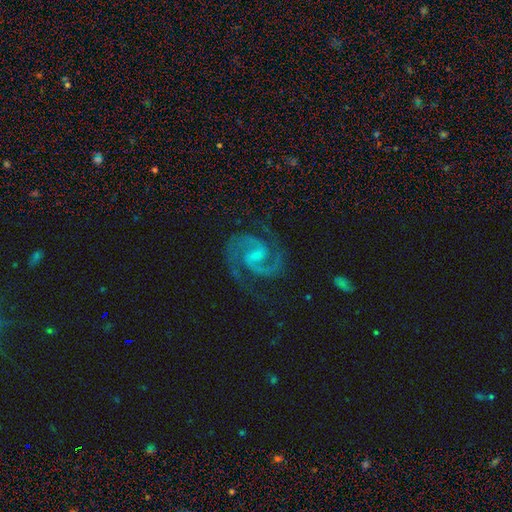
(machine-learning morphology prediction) Q: Smooth or featured?
A: featured or disk (94%); runner-up: star or artifact (4%)
Q: Edge-on disk?
A: no (98%); runner-up: yes (2%)
Q: Bar?
A: weak (56%); runner-up: no (24%)
Q: Spiral arms?
A: yes (99%); runner-up: no (1%)
Q: Spiral winding?
A: medium (64%); runner-up: tight (27%)
Q: Spiral arm count?
A: 2 (94%); runner-up: 3 (2%)
Q: Bulge size?
A: none (41%); runner-up: small (29%)
Q: Merging?
A: none (79%); runner-up: minor disturbance (14%)